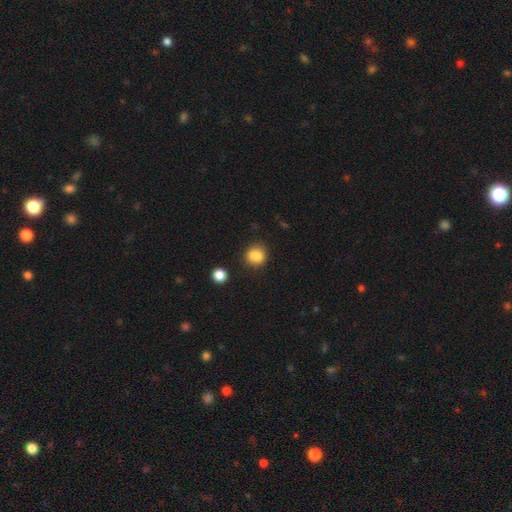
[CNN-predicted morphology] type=smooth (80%); roundness=round (70%); merging=none (62%).